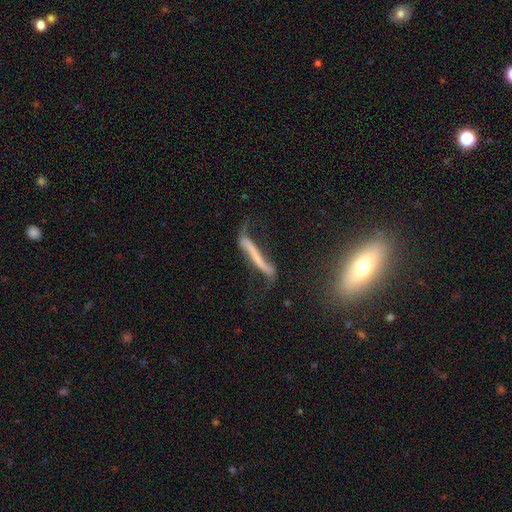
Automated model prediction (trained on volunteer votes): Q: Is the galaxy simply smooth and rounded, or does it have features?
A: featured or disk — 56%.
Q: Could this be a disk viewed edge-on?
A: yes — 64%.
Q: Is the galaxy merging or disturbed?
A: none — 40%.